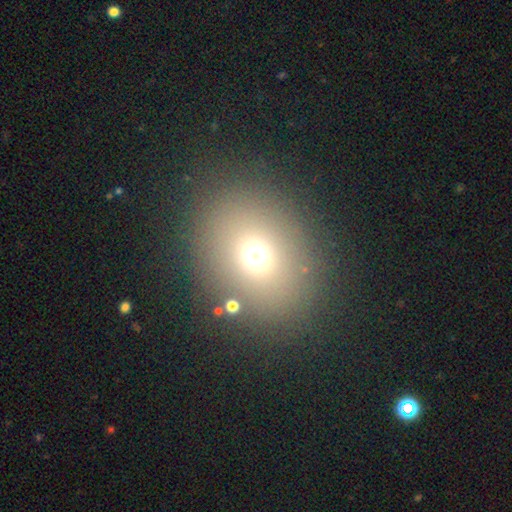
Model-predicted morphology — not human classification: Smooth or featured: smooth — 70% (star or artifact — 18%)
How rounded: round — 51% (in between — 48%)
Merging: none — 85% (minor disturbance — 8%)